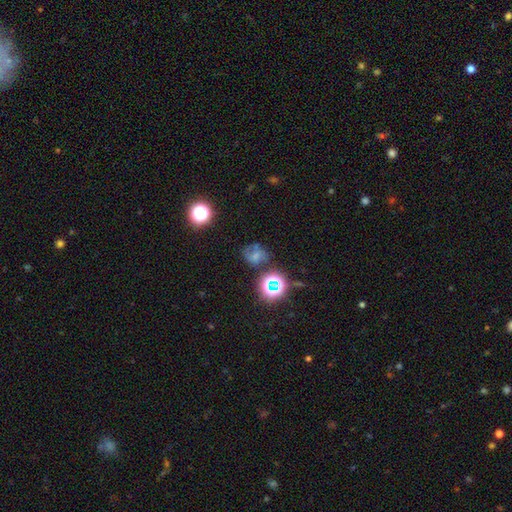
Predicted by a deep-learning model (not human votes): smooth 47%, star or artifact 28%, featured or disk 24%. Down the decision tree: merging — none (52%).